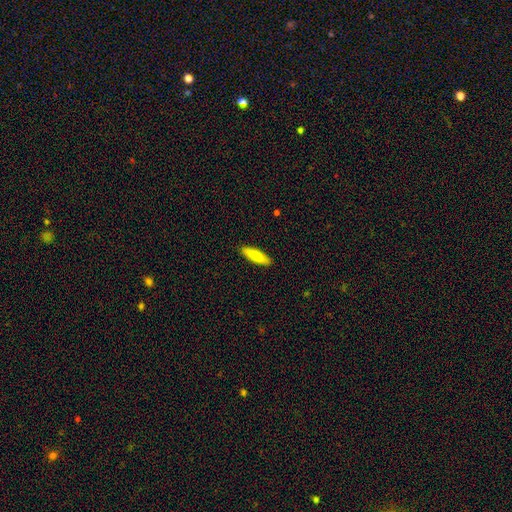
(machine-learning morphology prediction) smooth 82%, featured or disk 12%, star or artifact 5%. Down the decision tree: how rounded — cigar-shaped (60%); merging — none (90%).